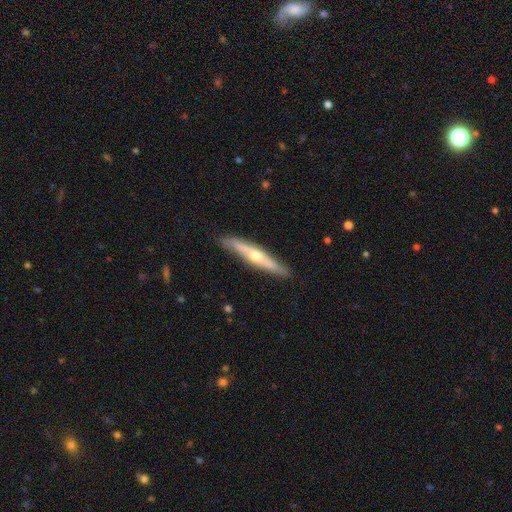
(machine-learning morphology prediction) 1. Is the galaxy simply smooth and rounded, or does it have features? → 65% featured or disk, 30% smooth, 5% star or artifact.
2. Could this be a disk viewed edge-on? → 91% yes, 9% no.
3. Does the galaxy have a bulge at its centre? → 88% rounded, 9% none, 3% boxy.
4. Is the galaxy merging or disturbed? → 87% none, 10% minor disturbance, 2% major disturbance, 1% merger.